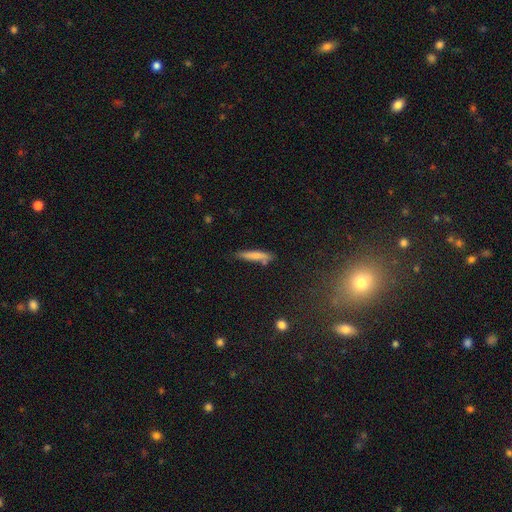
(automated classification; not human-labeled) smooth-or-featured: smooth: 75% | featured or disk: 18% | star or artifact: 7%
  how-rounded: cigar-shaped: 89% | in between: 10% | round: 2%
  merging: none: 72% | minor disturbance: 18% | merger: 6% | major disturbance: 4%